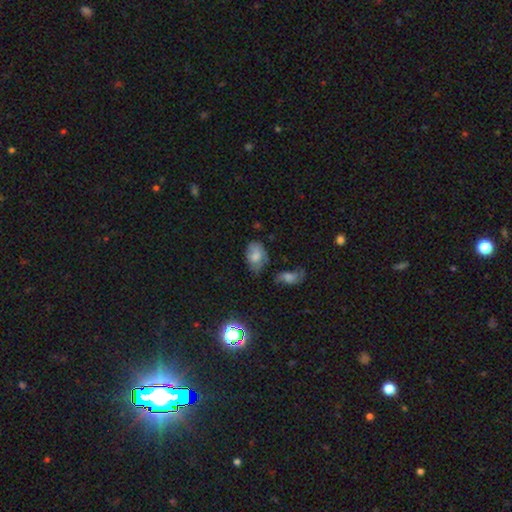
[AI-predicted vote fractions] Smooth or featured: smooth — 69% (featured or disk — 20%)
How rounded: in between — 84% (round — 14%)
Merging: none — 55% (minor disturbance — 31%)